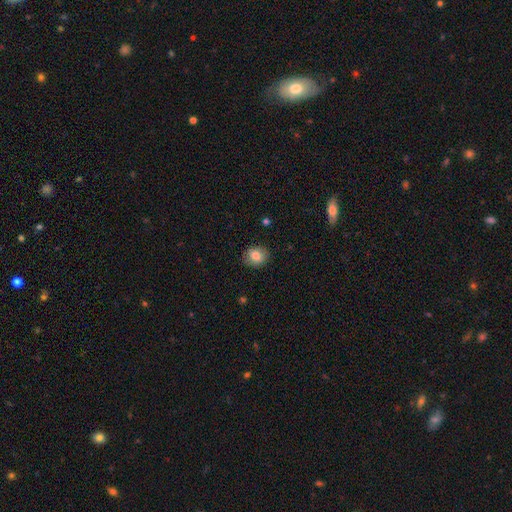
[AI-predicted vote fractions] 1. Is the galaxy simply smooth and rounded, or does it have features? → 82% smooth, 9% featured or disk, 9% star or artifact.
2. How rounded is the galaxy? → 60% round, 39% in between, 1% cigar-shaped.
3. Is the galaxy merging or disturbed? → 86% none, 10% minor disturbance, 3% major disturbance, 1% merger.